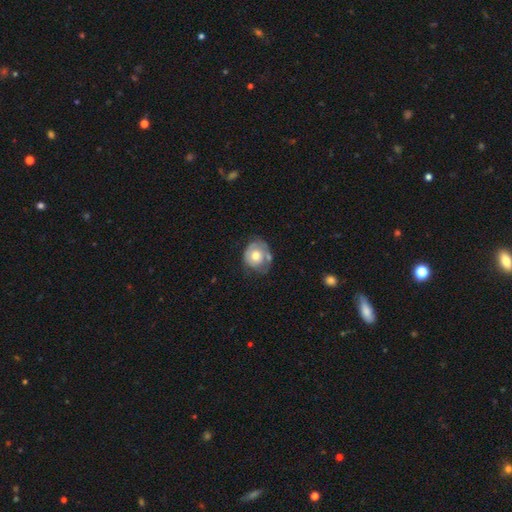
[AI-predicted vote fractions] Smooth or featured? Predicted: smooth (p=0.54). How rounded? Predicted: round (p=0.71). Merging? Predicted: none (p=0.46).